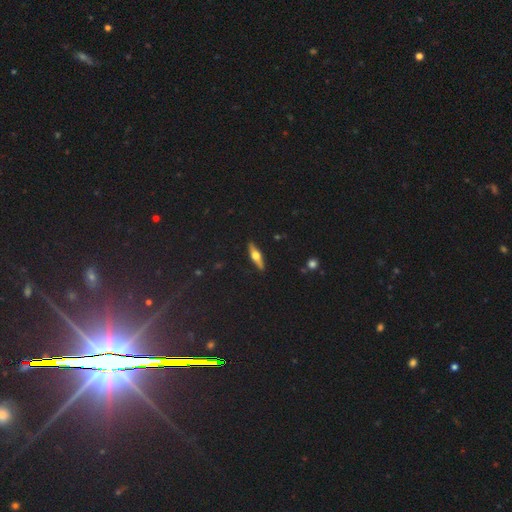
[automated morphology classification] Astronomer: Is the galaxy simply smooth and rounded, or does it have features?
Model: featured or disk — 66%.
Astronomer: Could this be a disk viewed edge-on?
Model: yes — 96%.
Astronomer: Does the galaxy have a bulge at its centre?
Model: rounded — 95%.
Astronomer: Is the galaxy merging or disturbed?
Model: none — 90%.